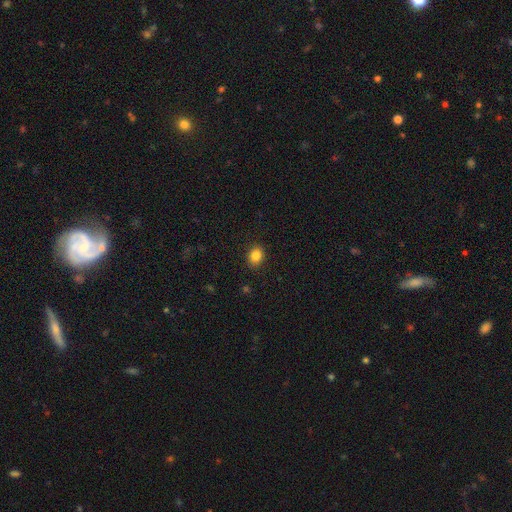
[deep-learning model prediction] Q: Smooth or featured?
A: smooth (84%); runner-up: star or artifact (10%)
Q: How rounded?
A: round (53%); runner-up: in between (46%)
Q: Merging?
A: none (89%); runner-up: minor disturbance (8%)